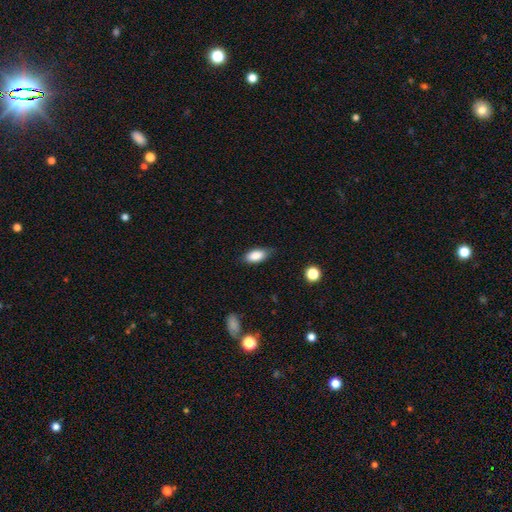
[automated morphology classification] type=smooth (86%); roundness=in between (88%); merging=none (75%).